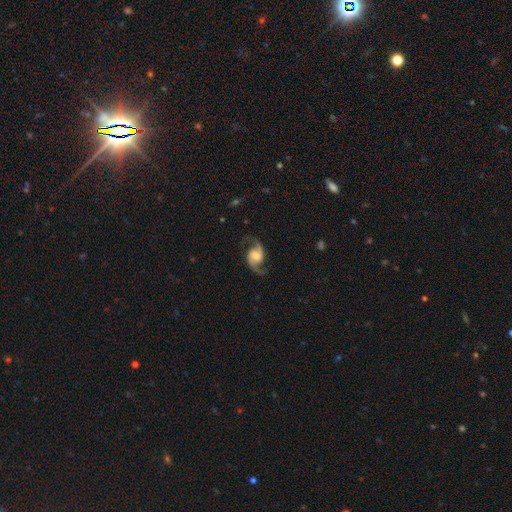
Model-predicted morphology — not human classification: type=featured or disk (88%); edge-on=no (98%); bar=no (52%); spiral arms=yes (97%); winding=loose (62%); arm count=2 (94%); bulge=moderate (41%); merging=none (78%).